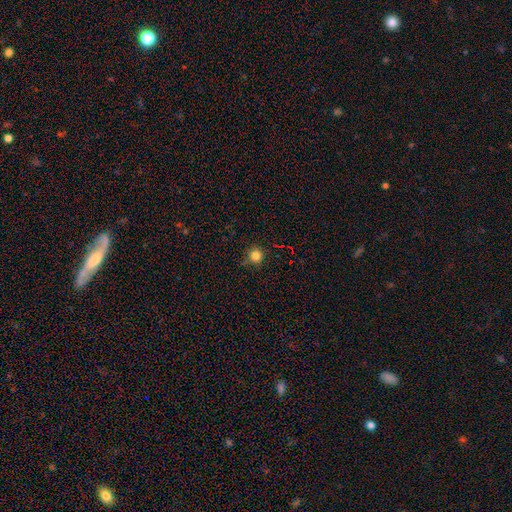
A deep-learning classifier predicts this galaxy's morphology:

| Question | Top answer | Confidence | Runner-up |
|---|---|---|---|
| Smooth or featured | smooth | 81% | star or artifact (14%) |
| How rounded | round | 94% | in between (5%) |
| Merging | none | 85% | minor disturbance (11%) |